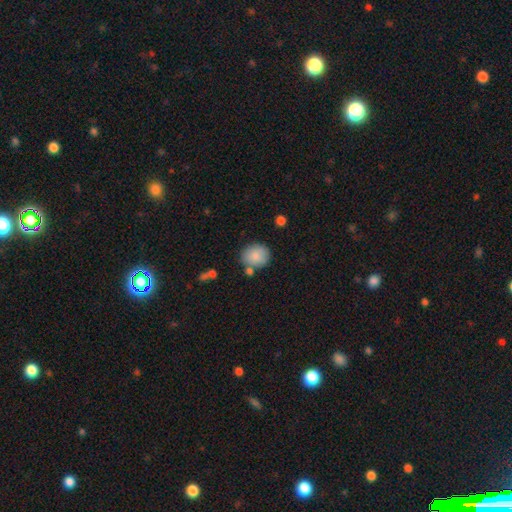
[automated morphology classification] smooth_or_featured: smooth (p=0.84) [alt: featured or disk p=0.09]
how_rounded: round (p=0.74) [alt: in between p=0.25]
merging: none (p=0.71) [alt: minor disturbance p=0.15]